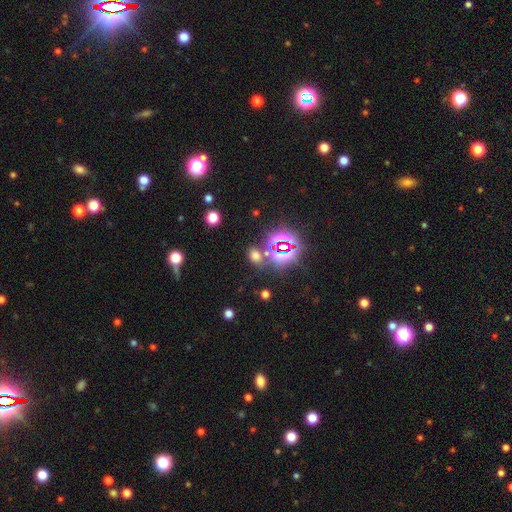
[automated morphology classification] A smooth galaxy with no disk features (51%) that is in between round and cigar-shaped (63%). Merging: none (72%).